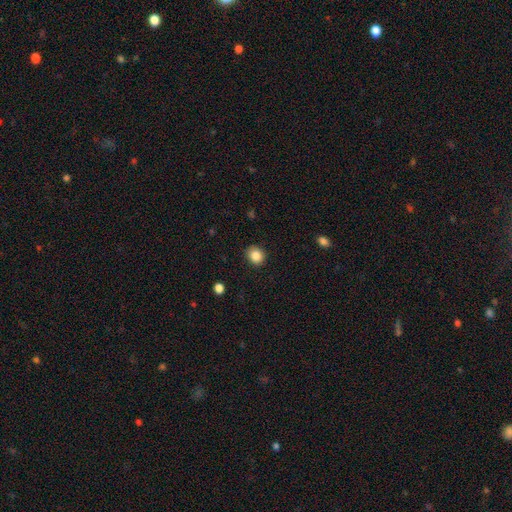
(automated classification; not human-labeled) smooth 86%, star or artifact 10%, featured or disk 4%. Down the decision tree: how rounded — round (75%); merging — none (88%).